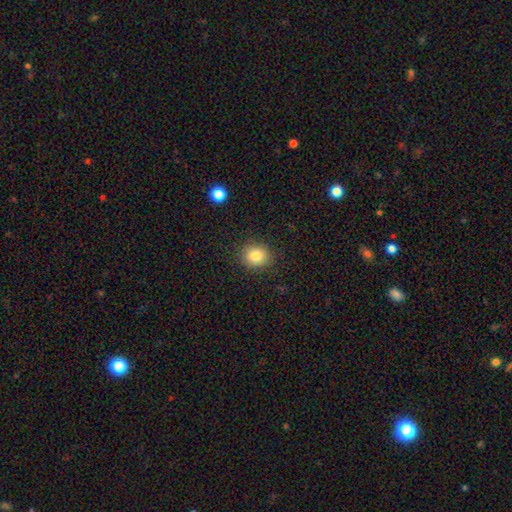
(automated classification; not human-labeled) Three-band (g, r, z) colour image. It shows a smooth galaxy with no disk features (83%) that is round (79%). Merging: none (89%).